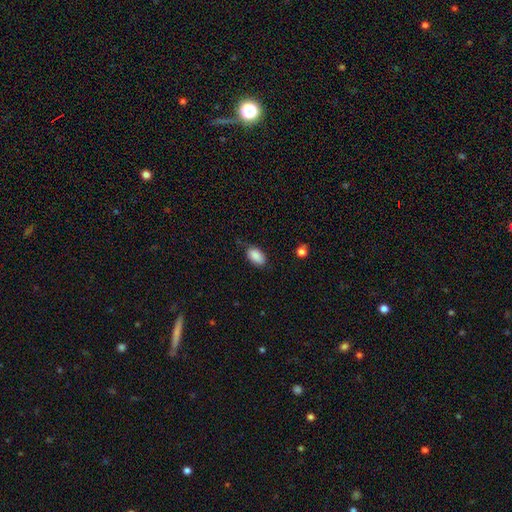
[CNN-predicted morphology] type=smooth (87%); roundness=in between (93%); merging=none (68%).